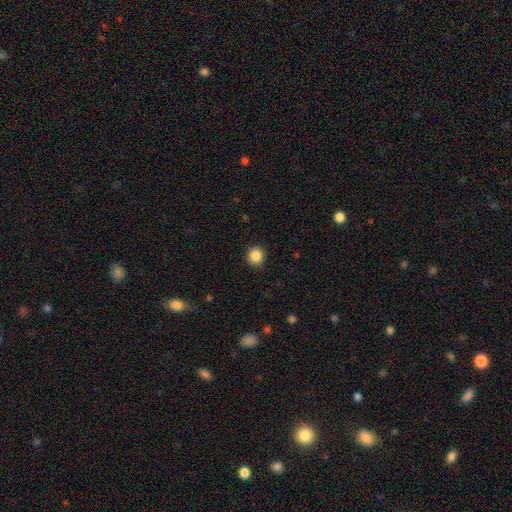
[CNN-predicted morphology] Smooth or featured? Predicted: smooth (p=0.86). How rounded? Predicted: round (p=0.92). Merging? Predicted: none (p=0.91).